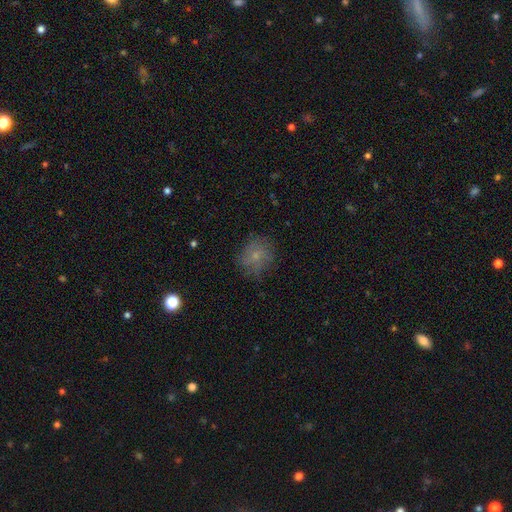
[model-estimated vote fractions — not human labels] Smooth or featured? Predicted: smooth (p=0.65). How rounded? Predicted: round (p=0.77). Merging? Predicted: none (p=0.71).